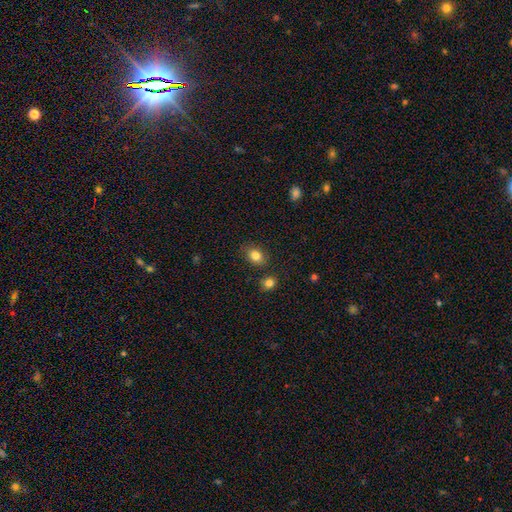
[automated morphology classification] The model was most divided on "how rounded": in between: 62%, round: 37%, cigar-shaped: 1%. More confident: smooth or featured — smooth (83%); merging — none (80%).